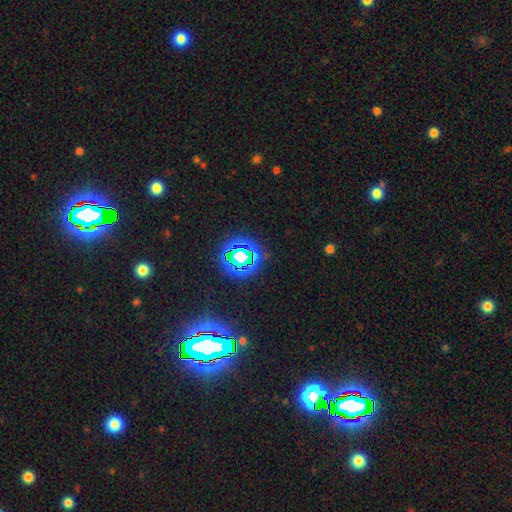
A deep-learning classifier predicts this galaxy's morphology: smooth_or_featured: star or artifact (p=0.81) [alt: smooth p=0.12]